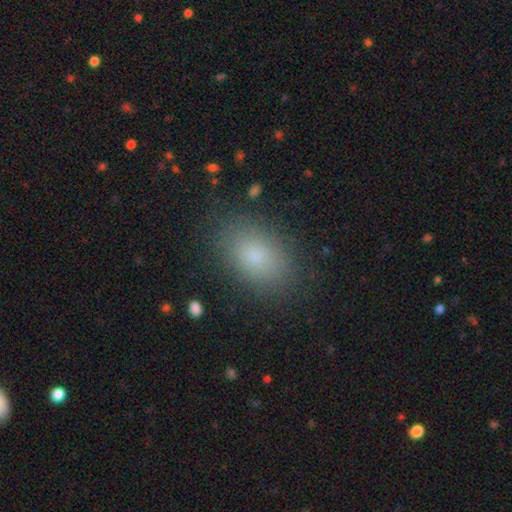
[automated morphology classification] Q: Smooth or featured?
A: smooth (79%); runner-up: star or artifact (11%)
Q: How rounded?
A: in between (85%); runner-up: round (14%)
Q: Merging?
A: none (85%); runner-up: minor disturbance (10%)